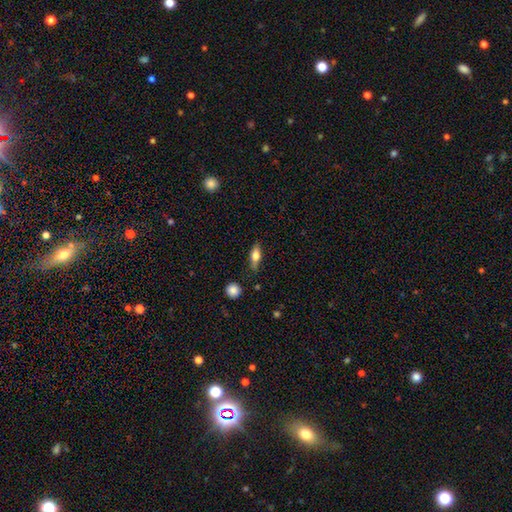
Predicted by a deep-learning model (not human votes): The model was most divided on "smooth or featured": smooth: 65%, featured or disk: 28%, star or artifact: 7%. More confident: merging — none (78%); how rounded — in between (66%).